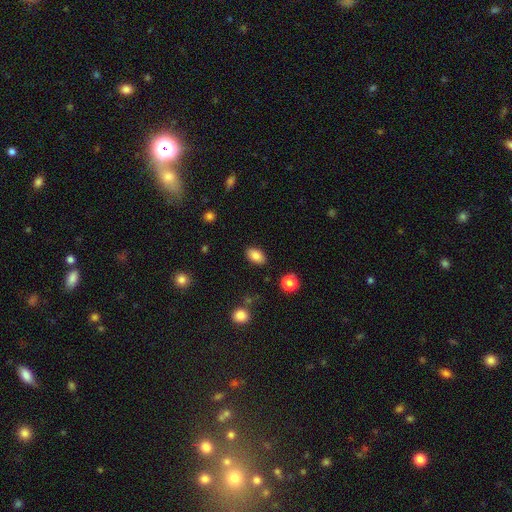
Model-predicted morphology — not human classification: Smooth or featured: smooth — 85% (star or artifact — 9%)
How rounded: in between — 90% (round — 9%)
Merging: none — 86% (minor disturbance — 9%)